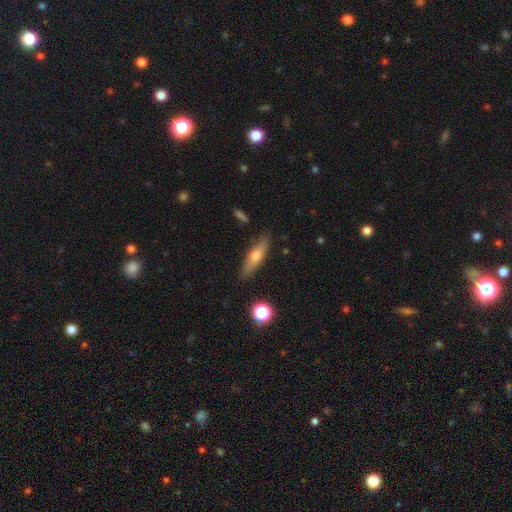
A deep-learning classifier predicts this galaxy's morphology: smooth_or_featured: smooth (p=0.54) [alt: featured or disk p=0.39]
how_rounded: cigar-shaped (p=0.71) [alt: in between p=0.27]
merging: none (p=0.83) [alt: minor disturbance p=0.12]